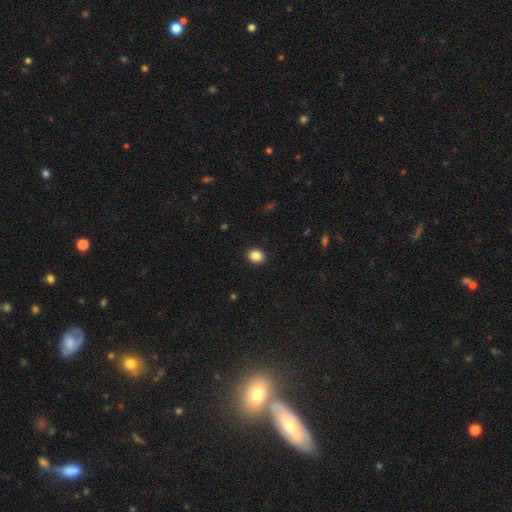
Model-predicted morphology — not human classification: Smooth or featured? Predicted: smooth (p=0.87). How rounded? Predicted: round (p=0.56). Merging? Predicted: none (p=0.91).